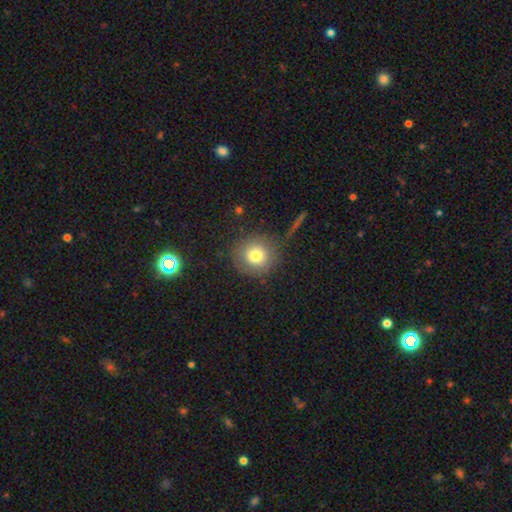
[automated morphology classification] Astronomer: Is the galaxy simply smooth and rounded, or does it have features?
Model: smooth — 77%.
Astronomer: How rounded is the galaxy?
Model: round — 91%.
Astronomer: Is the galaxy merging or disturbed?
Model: none — 81%.